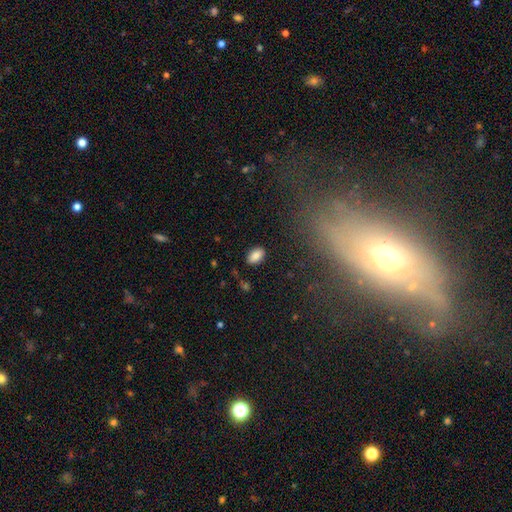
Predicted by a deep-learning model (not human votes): Smooth or featured?
  - smooth: 86% *
  - star or artifact: 9%
  - featured or disk: 5%
How rounded?
  - in between: 91% *
  - round: 7%
  - cigar-shaped: 2%
Merging?
  - none: 86% *
  - minor disturbance: 10%
  - major disturbance: 3%
  - merger: 1%